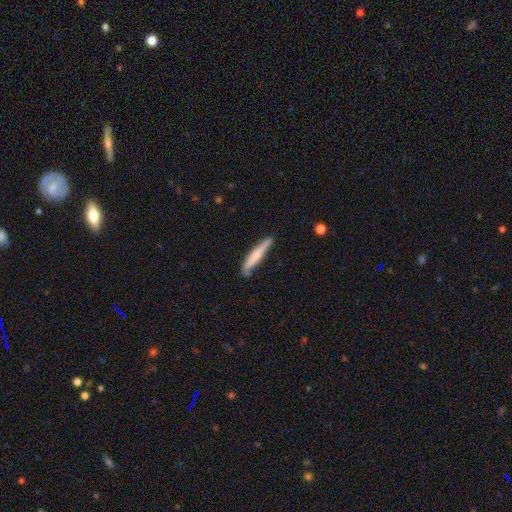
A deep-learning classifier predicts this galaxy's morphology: smooth 66%, featured or disk 29%, star or artifact 5%. Down the decision tree: how rounded — cigar-shaped (93%); merging — none (71%).